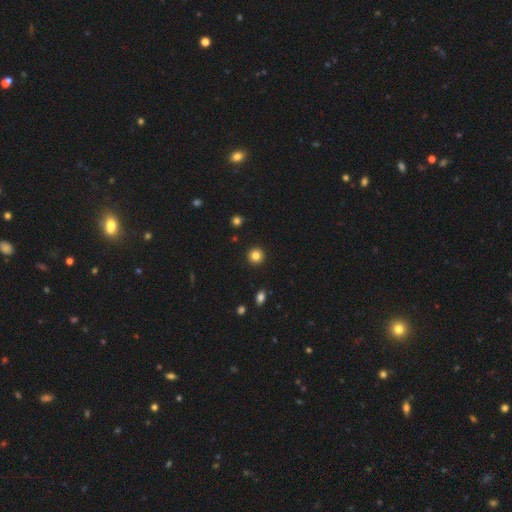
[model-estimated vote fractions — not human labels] A smooth galaxy with no disk features (84%) that is round (94%). Merging: none (93%).